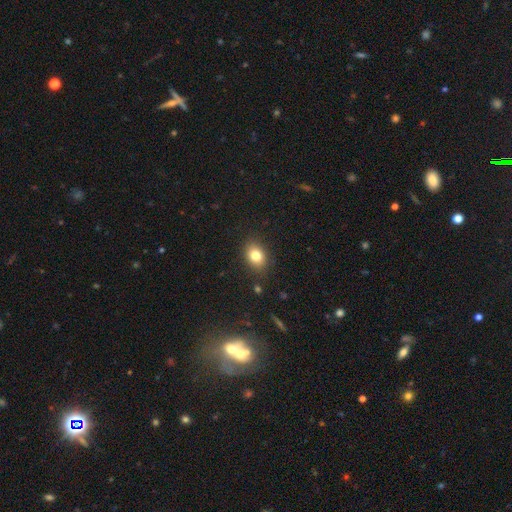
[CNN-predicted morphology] smooth_or_featured: smooth (p=0.80) [alt: star or artifact p=0.11]
how_rounded: in between (p=0.63) [alt: round p=0.35]
merging: none (p=0.86) [alt: minor disturbance p=0.10]